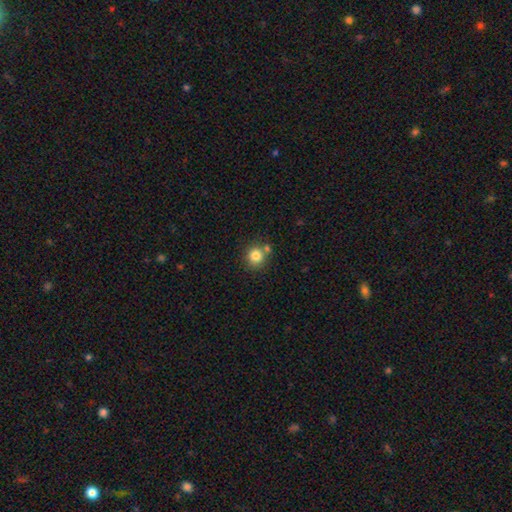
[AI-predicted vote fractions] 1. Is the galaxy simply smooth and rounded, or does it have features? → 81% smooth, 11% star or artifact, 7% featured or disk.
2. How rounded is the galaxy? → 90% round, 9% in between, 1% cigar-shaped.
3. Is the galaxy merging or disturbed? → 70% none, 18% merger, 10% minor disturbance, 3% major disturbance.